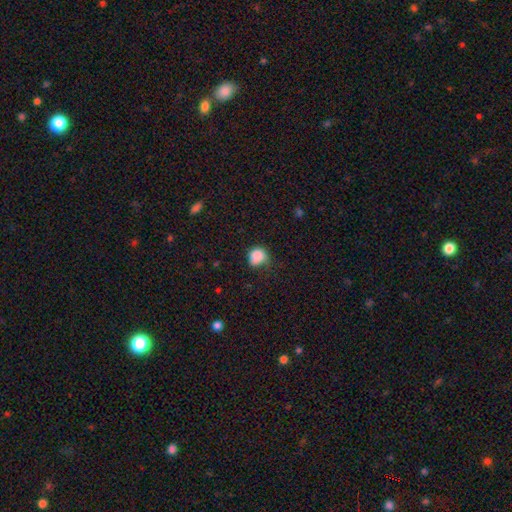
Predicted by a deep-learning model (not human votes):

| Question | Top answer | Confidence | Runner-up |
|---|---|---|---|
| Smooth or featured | smooth | 85% | star or artifact (9%) |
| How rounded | round | 68% | in between (32%) |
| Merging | none | 49% | minor disturbance (36%) |